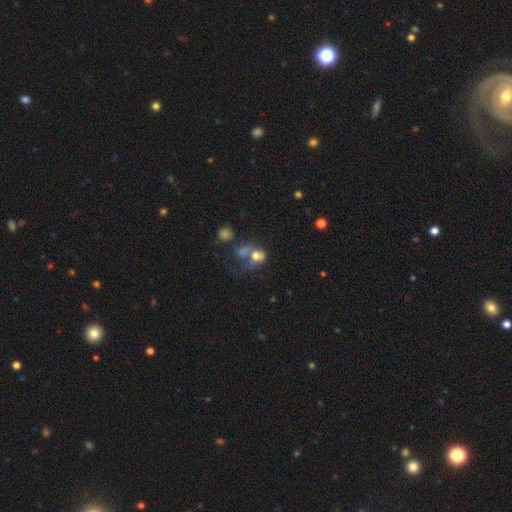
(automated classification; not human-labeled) The model was most divided on "how rounded": in between: 50%, round: 48%, cigar-shaped: 2%. Remaining: smooth or featured — smooth (60%); merging — merger (39%).